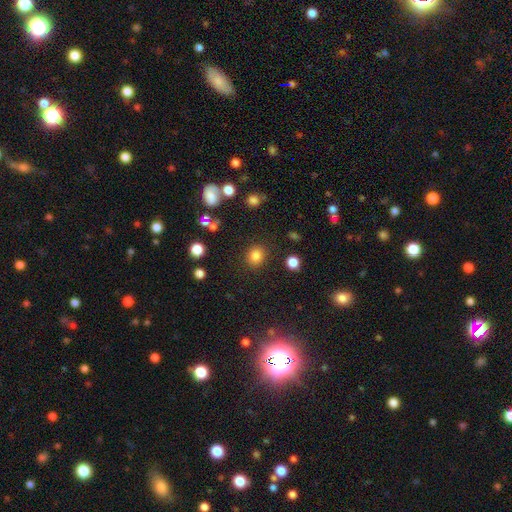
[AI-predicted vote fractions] This is clearly a smooth galaxy (82%). How rounded: likely round (76%). Merging: clearly none (86%).